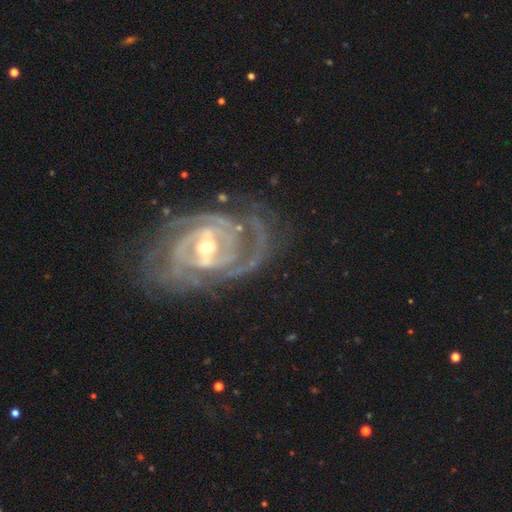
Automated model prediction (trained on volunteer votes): This is clearly a featured or disk galaxy (91%). It is clearly not viewed edge-on (97%). Bar: marginally weak (42%). Spiral arm pattern: clearly yes (97%). Spiral arm count: marginally 2 (31%). Spiral winding: likely tight (68%). Central bulge: possibly moderate (54%). Merging: likely none (69%).